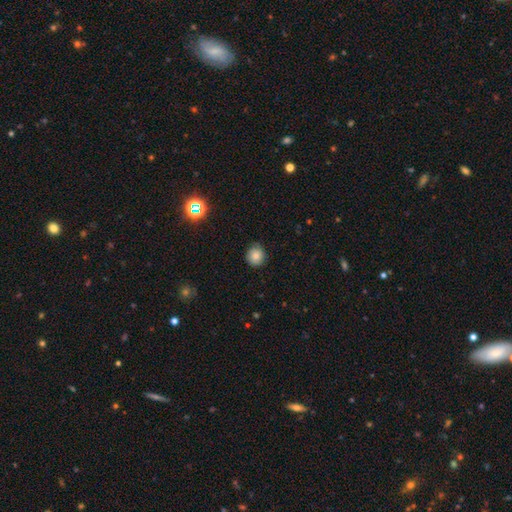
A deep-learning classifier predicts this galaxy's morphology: smooth 80%, star or artifact 11%, featured or disk 9%. Down the decision tree: how rounded — round (89%); merging — none (79%).